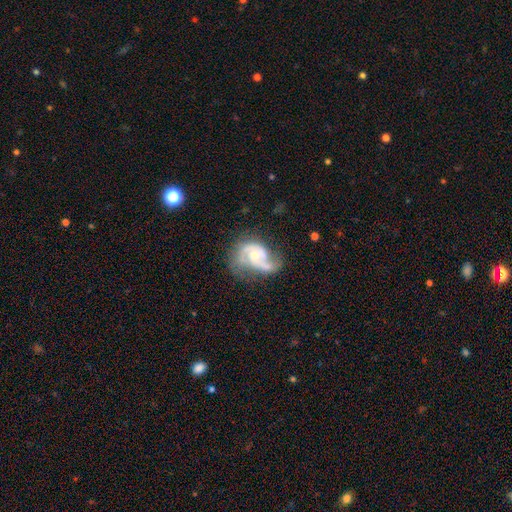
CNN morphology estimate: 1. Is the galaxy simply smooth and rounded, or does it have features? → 84% featured or disk, 10% smooth, 6% star or artifact.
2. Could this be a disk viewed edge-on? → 98% no, 2% yes.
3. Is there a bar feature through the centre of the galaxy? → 64% no, 30% weak, 5% strong.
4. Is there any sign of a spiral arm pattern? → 94% yes, 6% no.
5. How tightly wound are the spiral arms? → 50% medium, 26% loose, 24% tight.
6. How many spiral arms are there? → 71% 2, 9% 1, 8% can't tell, 8% 3, 2% 4, 2% more than 4.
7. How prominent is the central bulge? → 50% moderate, 43% small, 3% large, 3% none, 1% dominant.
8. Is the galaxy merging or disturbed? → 44% none, 27% minor disturbance, 24% major disturbance, 5% merger.